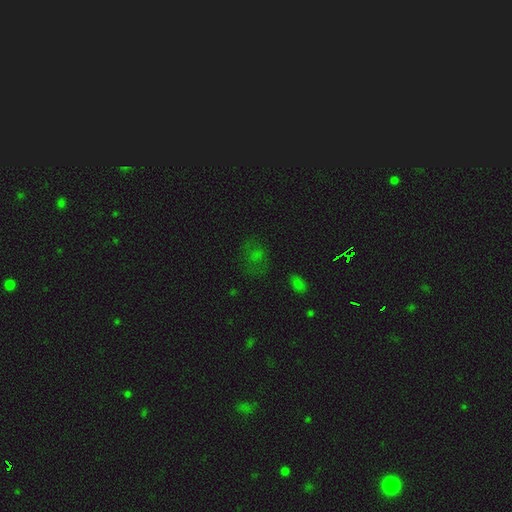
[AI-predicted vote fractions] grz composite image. It shows a smooth galaxy with no disk features (50%). Merging: none (63%).